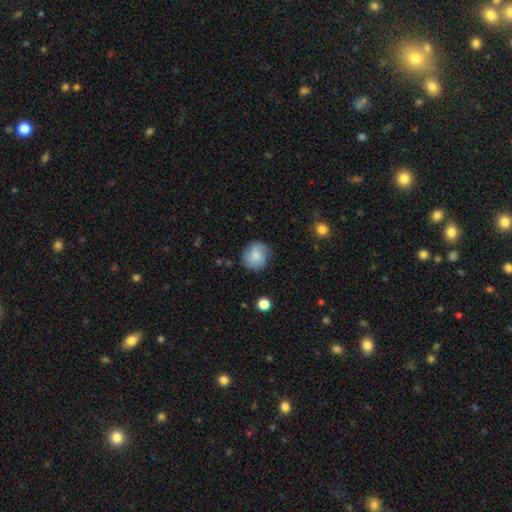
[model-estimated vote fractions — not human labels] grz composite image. It shows a smooth galaxy with no disk features (67%) that is round (84%). Merging: none (71%).